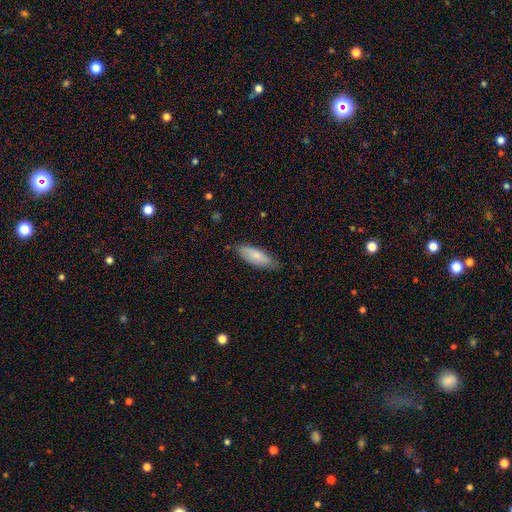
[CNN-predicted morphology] The model was most divided on "how rounded": in between: 70%, cigar-shaped: 28%, round: 2%. More confident: smooth or featured — smooth (78%); merging — none (75%).